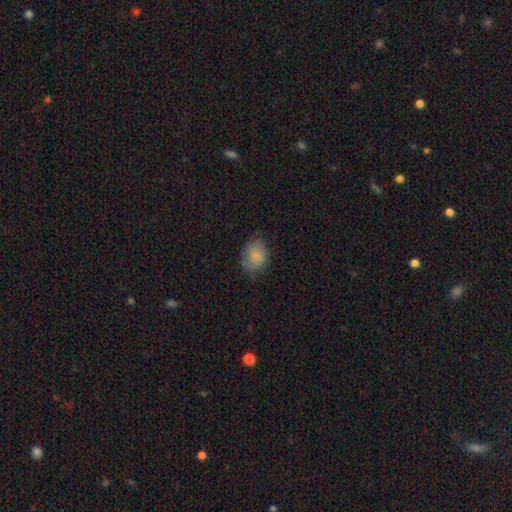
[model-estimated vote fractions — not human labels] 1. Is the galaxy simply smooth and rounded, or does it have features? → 82% smooth, 10% featured or disk, 8% star or artifact.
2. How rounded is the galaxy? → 68% in between, 31% round, 1% cigar-shaped.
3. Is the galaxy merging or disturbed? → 65% none, 26% minor disturbance, 7% major disturbance, 1% merger.